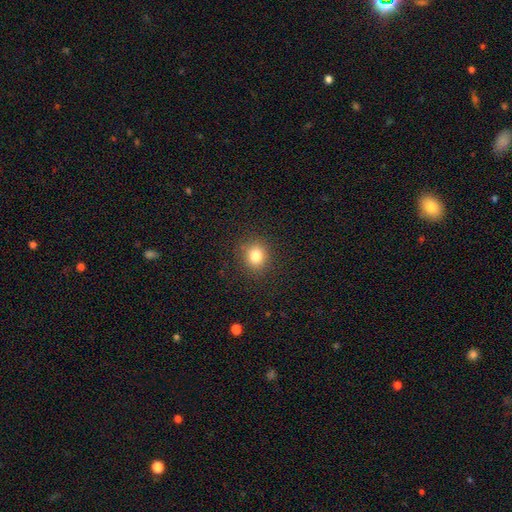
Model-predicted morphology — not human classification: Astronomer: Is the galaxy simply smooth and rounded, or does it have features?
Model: smooth — 82%.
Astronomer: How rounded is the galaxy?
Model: round — 78%.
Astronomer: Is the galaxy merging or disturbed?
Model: none — 89%.